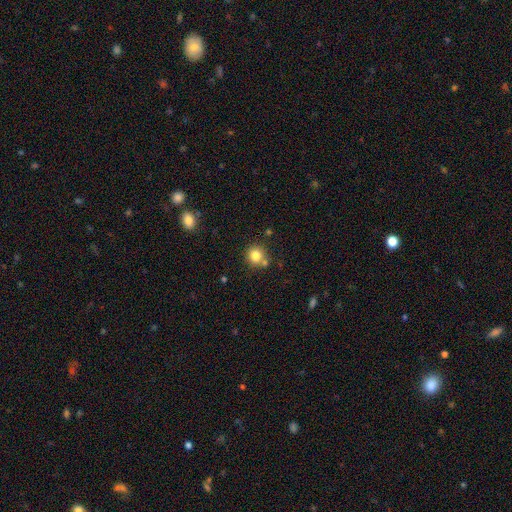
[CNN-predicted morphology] Smooth or featured?
  - smooth: 81% *
  - star or artifact: 12%
  - featured or disk: 8%
How rounded?
  - round: 91% *
  - in between: 8%
  - cigar-shaped: 1%
Merging?
  - none: 72% *
  - merger: 16%
  - minor disturbance: 10%
  - major disturbance: 3%